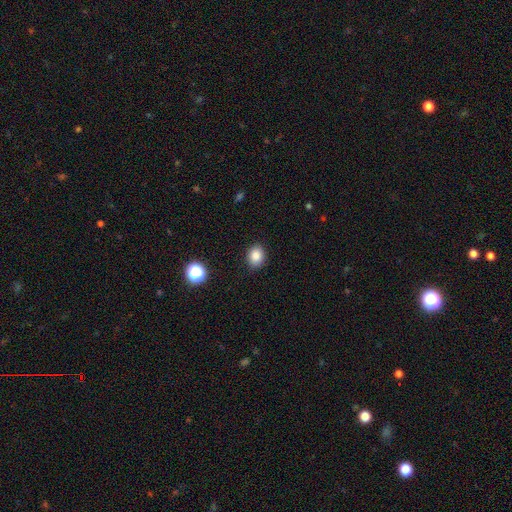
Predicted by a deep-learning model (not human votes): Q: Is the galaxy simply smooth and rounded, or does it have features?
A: smooth — 84%.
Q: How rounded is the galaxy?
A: in between — 54%.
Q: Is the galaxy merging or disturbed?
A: none — 88%.